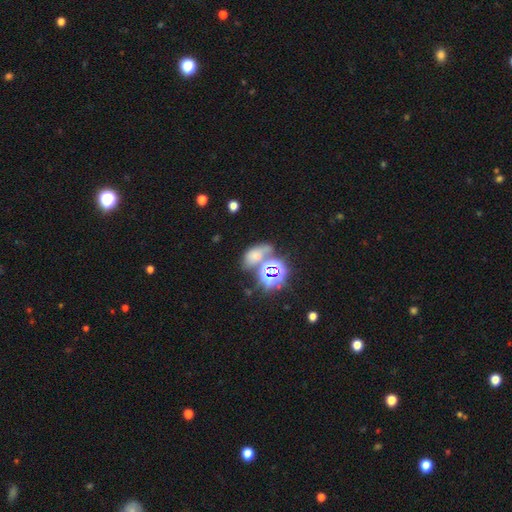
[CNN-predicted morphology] A smooth galaxy with no disk features (50%) that is in between round and cigar-shaped (74%). Merging: none (42%).